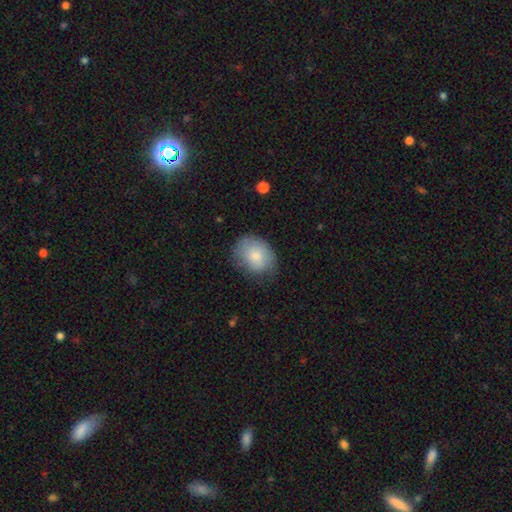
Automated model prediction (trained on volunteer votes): smooth 77%, featured or disk 16%, star or artifact 7%. Down the decision tree: how rounded — in between (56%); merging — none (62%).